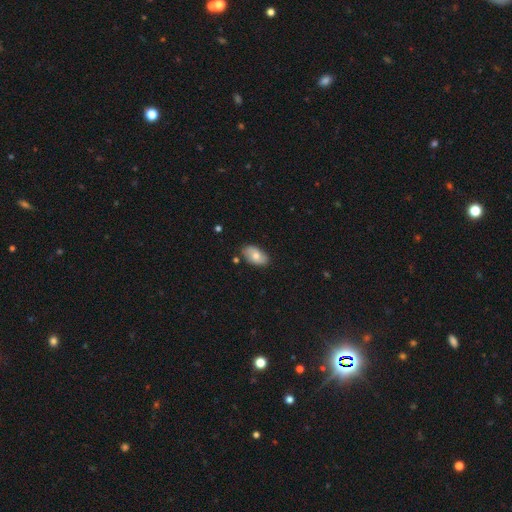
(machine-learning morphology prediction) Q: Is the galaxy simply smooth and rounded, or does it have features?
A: smooth — 69%.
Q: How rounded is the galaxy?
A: in between — 93%.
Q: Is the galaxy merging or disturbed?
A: none — 79%.